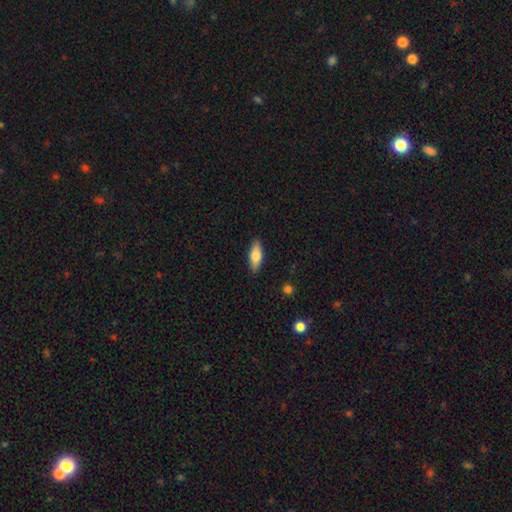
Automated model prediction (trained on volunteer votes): Overall: smooth (70%). How rounded: in between (64%; cigar-shaped 33%). Merging: none (89%).